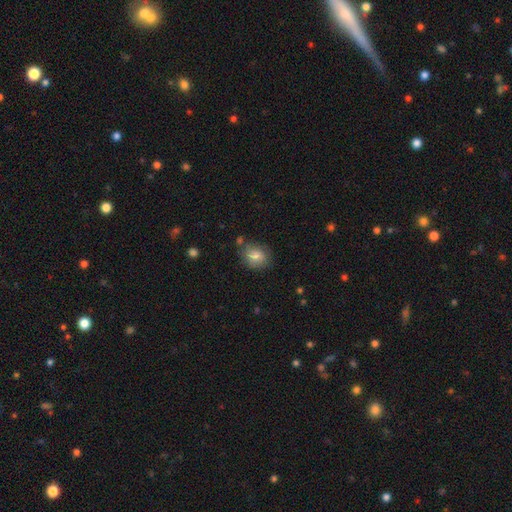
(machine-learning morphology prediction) A smooth galaxy with no disk features (79%) that is in between round and cigar-shaped (53%). Merging: none (72%).